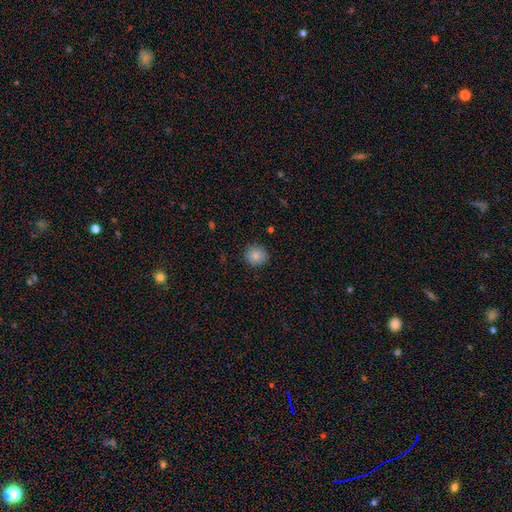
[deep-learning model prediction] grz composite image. It shows a smooth galaxy with no disk features (83%) that is round (90%). Merging: none (89%).